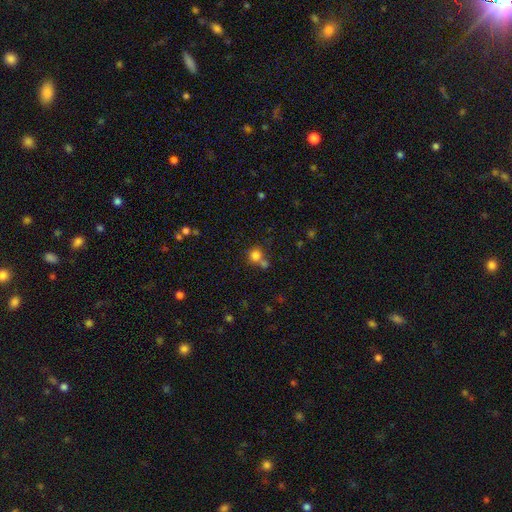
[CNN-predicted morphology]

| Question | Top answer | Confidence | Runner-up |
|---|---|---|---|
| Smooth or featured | smooth | 80% | star or artifact (12%) |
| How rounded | round | 87% | in between (12%) |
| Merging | none | 55% | merger (31%) |